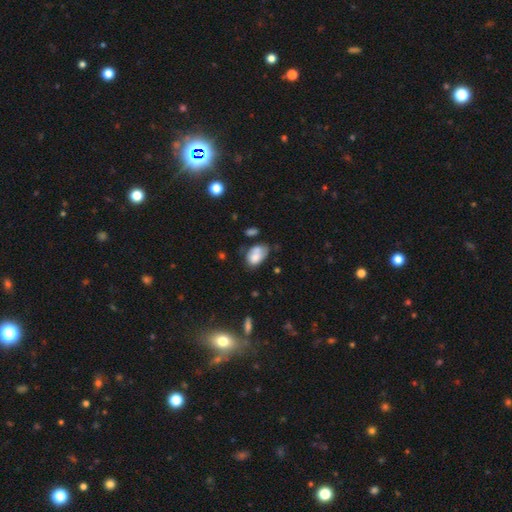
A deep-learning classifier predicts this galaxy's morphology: This appears to be a smooth galaxy with no disk features (70%) that is in between round and cigar-shaped (86%). Merging: minor disturbance (32%).